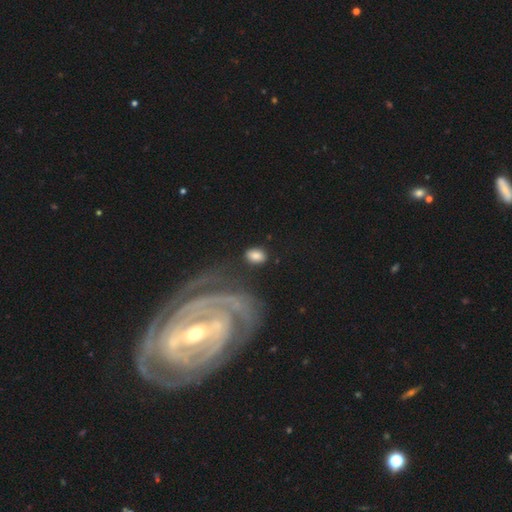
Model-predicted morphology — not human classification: Q: Smooth or featured?
A: smooth (79%); runner-up: featured or disk (13%)
Q: How rounded?
A: in between (78%); runner-up: round (20%)
Q: Merging?
A: none (79%); runner-up: minor disturbance (13%)